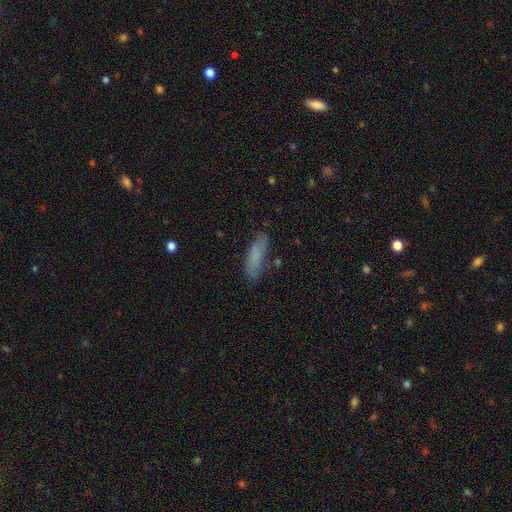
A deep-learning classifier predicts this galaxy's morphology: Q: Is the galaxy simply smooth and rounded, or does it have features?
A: smooth — 77%.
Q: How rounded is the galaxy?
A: cigar-shaped — 56%.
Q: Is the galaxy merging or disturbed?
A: none — 70%.